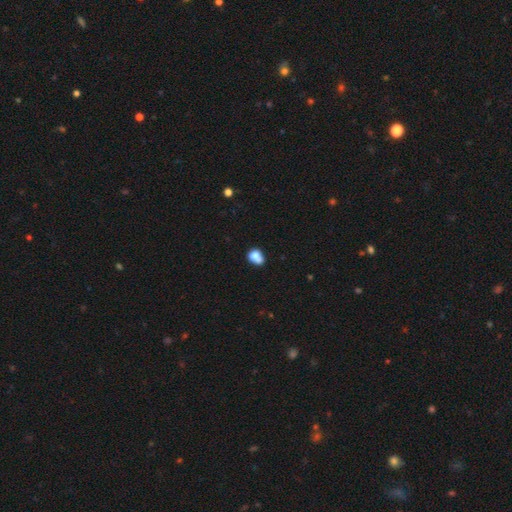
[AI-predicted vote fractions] Smooth or featured?
  - smooth: 78% *
  - featured or disk: 12%
  - star or artifact: 10%
How rounded?
  - in between: 52% *
  - round: 46%
  - cigar-shaped: 1%
Merging?
  - none: 39% *
  - merger: 29%
  - minor disturbance: 23%
  - major disturbance: 9%